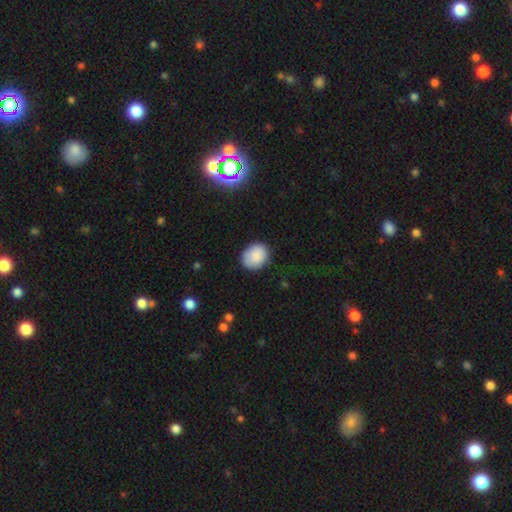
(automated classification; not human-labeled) A smooth galaxy with no disk features (88%) that is round (51%). Merging: none (84%).